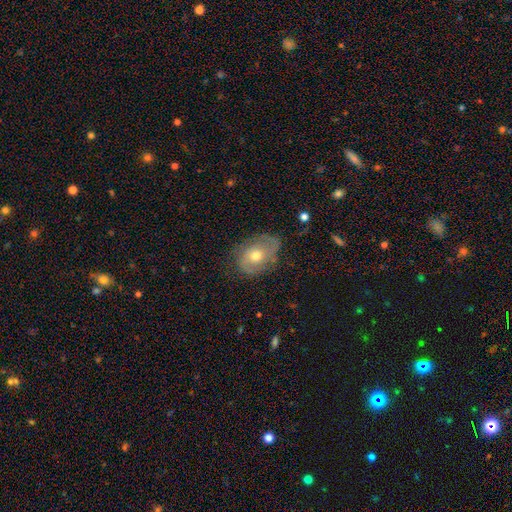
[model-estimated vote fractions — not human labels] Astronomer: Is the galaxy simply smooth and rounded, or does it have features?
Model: featured or disk — 60%.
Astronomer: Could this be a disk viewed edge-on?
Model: no — 95%.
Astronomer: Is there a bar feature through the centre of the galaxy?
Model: no — 79%.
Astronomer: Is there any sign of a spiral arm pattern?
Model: yes — 79%.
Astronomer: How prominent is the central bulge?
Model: moderate — 72%.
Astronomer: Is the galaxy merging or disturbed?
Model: none — 66%.